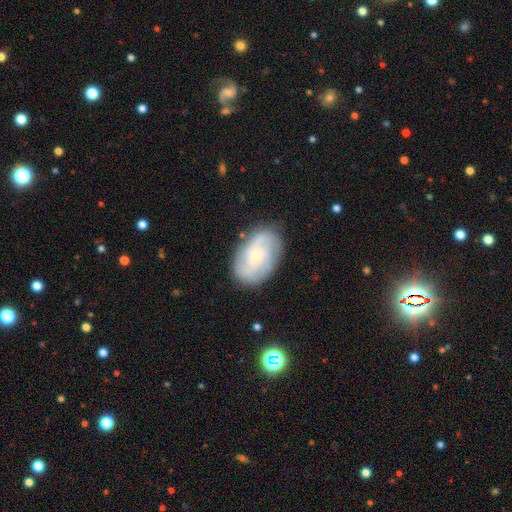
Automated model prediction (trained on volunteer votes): This appears to be a featured or disk galaxy (70%) with no bar (74%), tight (51%) spiral arms (91%) and a small central bulge (78%). Merging: none (79%).